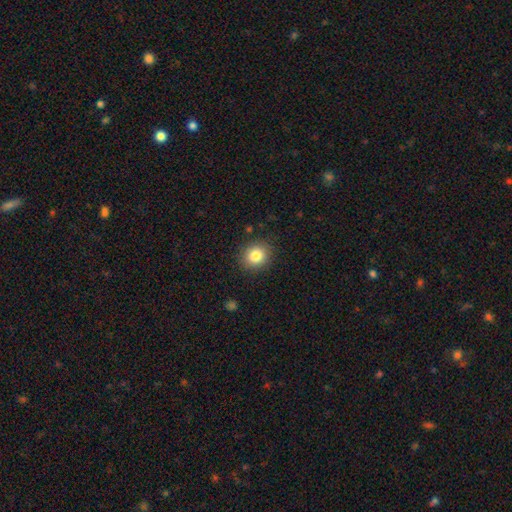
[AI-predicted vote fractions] Smooth or featured: smooth — 83% (star or artifact — 10%)
How rounded: round — 78% (in between — 21%)
Merging: none — 88% (minor disturbance — 8%)